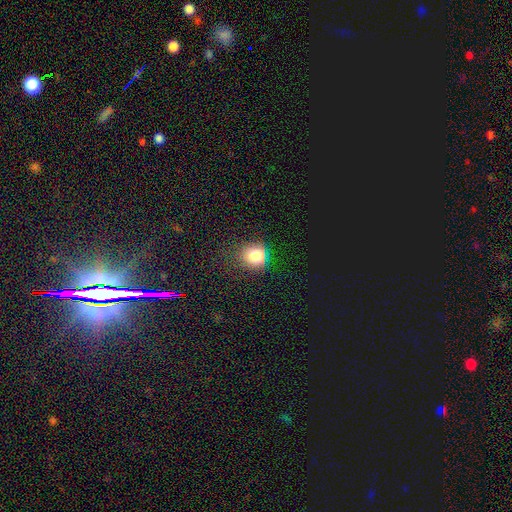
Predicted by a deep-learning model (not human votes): Q: Smooth or featured?
A: smooth (78%); runner-up: star or artifact (16%)
Q: How rounded?
A: round (86%); runner-up: in between (13%)
Q: Merging?
A: none (80%); runner-up: minor disturbance (13%)